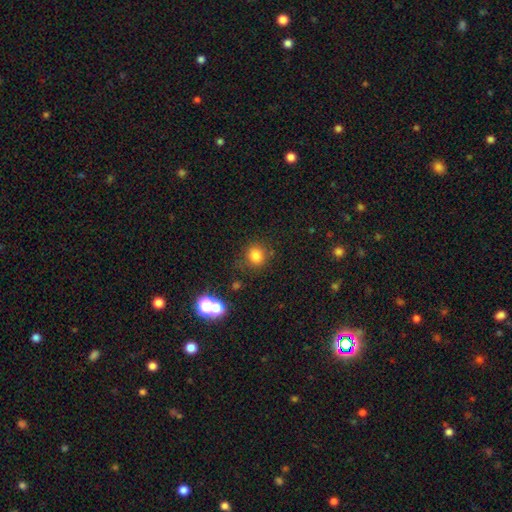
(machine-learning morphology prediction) smooth_or_featured: smooth (p=0.80) [alt: star or artifact p=0.15]
how_rounded: round (p=0.80) [alt: in between p=0.19]
merging: none (p=0.79) [alt: minor disturbance p=0.12]